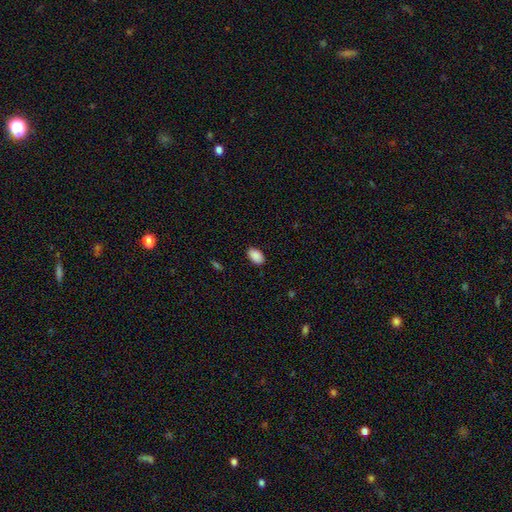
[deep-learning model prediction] Overall: smooth (90%). How rounded: in between (92%). Merging: none (88%).